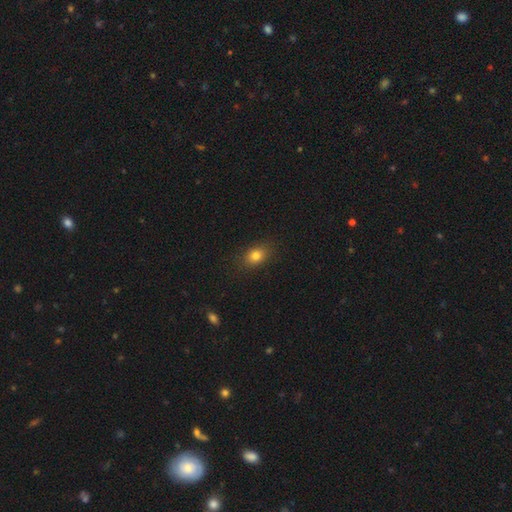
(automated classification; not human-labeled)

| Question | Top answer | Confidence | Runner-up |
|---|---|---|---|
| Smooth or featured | smooth | 80% | star or artifact (12%) |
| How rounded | in between | 65% | round (33%) |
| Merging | none | 86% | minor disturbance (11%) |